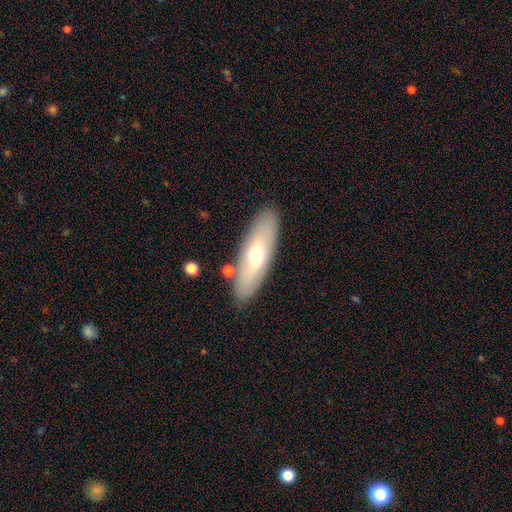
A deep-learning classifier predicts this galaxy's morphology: This appears to be a smooth galaxy with no disk features (57%) that is in between round and cigar-shaped (59%). Merging: none (84%).